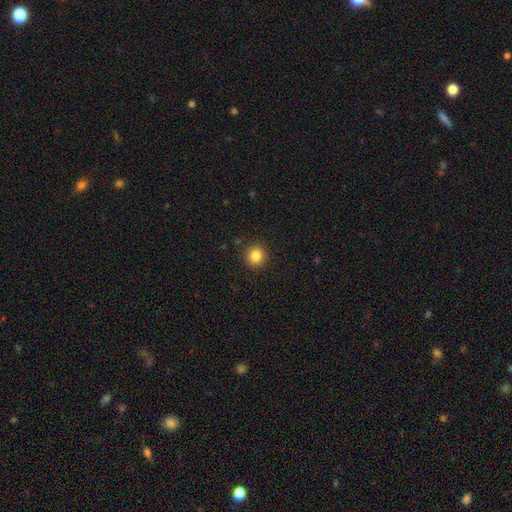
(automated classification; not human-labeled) Q: Smooth or featured?
A: smooth (84%); runner-up: star or artifact (11%)
Q: How rounded?
A: round (89%); runner-up: in between (10%)
Q: Merging?
A: none (91%); runner-up: minor disturbance (6%)